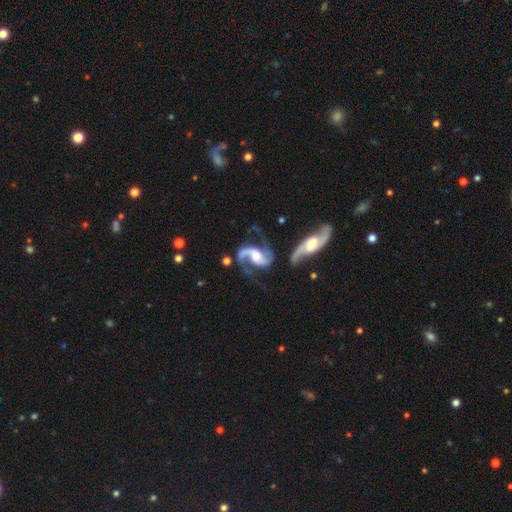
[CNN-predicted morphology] featured or disk 92%, star or artifact 4%, smooth 4%. Down the decision tree: edge-on disk — no (97%); bar — weak (42%); spiral arms — yes (98%); spiral arm count — 2 (93%); spiral winding — loose (46%); bulge size — moderate (39%); merging — none (54%).